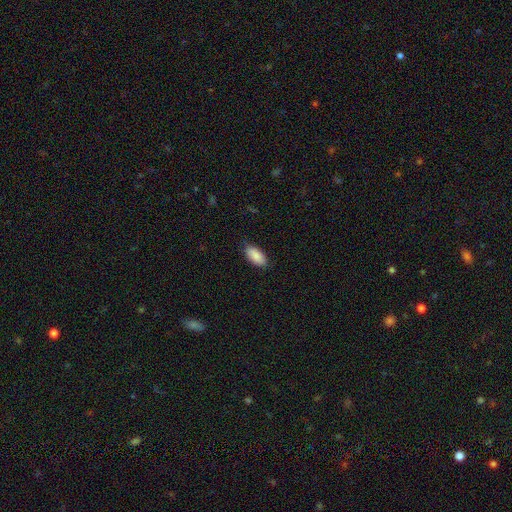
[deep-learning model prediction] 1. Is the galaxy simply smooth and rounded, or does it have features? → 89% smooth, 6% star or artifact, 4% featured or disk.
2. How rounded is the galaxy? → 92% in between, 6% cigar-shaped, 2% round.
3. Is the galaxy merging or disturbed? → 83% none, 13% minor disturbance, 2% major disturbance, 1% merger.